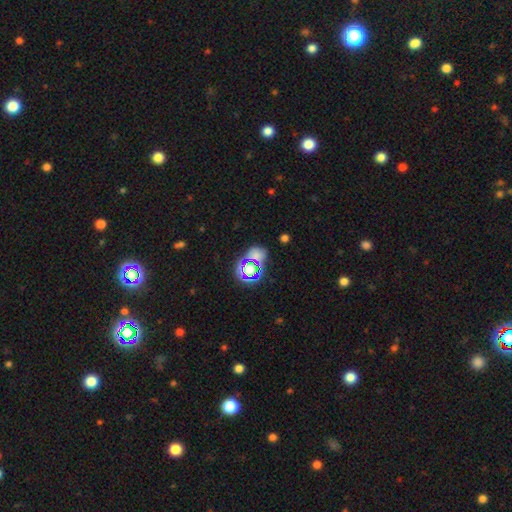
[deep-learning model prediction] This appears to be a smooth galaxy with no disk features (47%). Merging: none (61%).